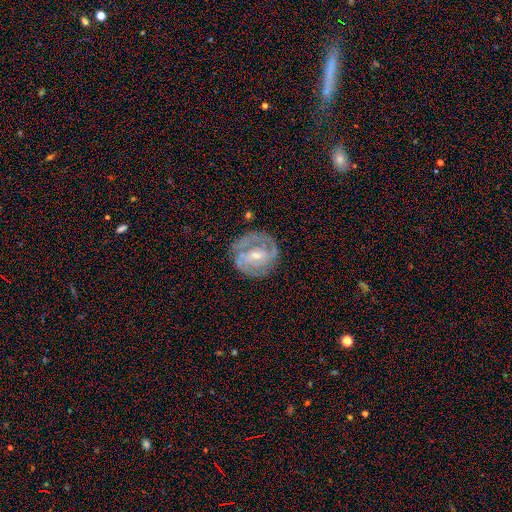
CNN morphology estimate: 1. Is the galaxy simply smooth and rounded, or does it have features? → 77% featured or disk, 15% smooth, 8% star or artifact.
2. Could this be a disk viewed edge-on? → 96% no, 4% yes.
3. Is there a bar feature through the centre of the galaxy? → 46% weak, 29% strong, 25% no.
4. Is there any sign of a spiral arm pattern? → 88% yes, 12% no.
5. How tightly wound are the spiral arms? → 56% tight, 34% medium, 10% loose.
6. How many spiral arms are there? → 51% 2, 25% can't tell, 12% 3, 5% 1, 4% 4, 3% more than 4.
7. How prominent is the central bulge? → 56% small, 40% moderate, 2% none, 2% large, 1% dominant.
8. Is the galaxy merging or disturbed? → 73% none, 17% minor disturbance, 8% major disturbance, 2% merger.